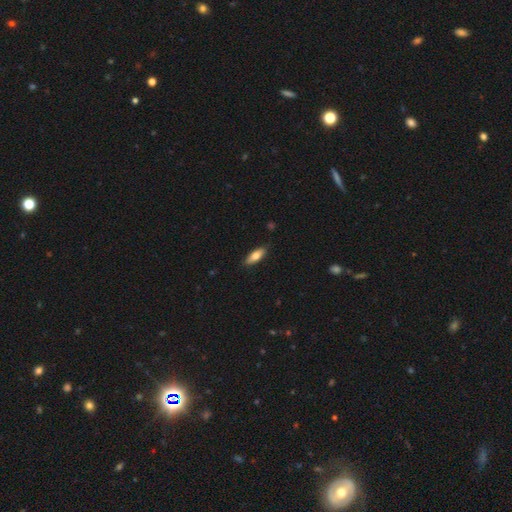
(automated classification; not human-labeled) This appears to be a smooth galaxy with no disk features (77%) that is in between round and cigar-shaped (68%). Merging: none (86%).